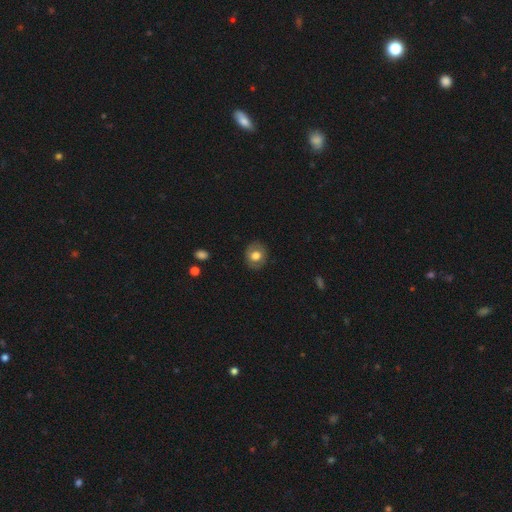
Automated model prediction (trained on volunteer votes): Morphology: type=smooth (72%); roundness=round (72%); merging=none (86%).